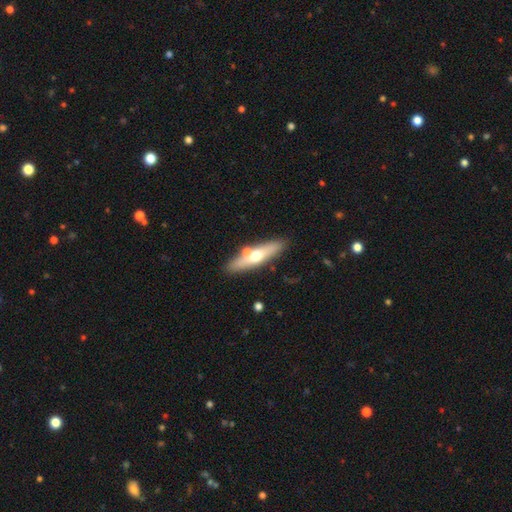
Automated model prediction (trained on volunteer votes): A smooth galaxy with no disk features (49%). Merging: none (75%).